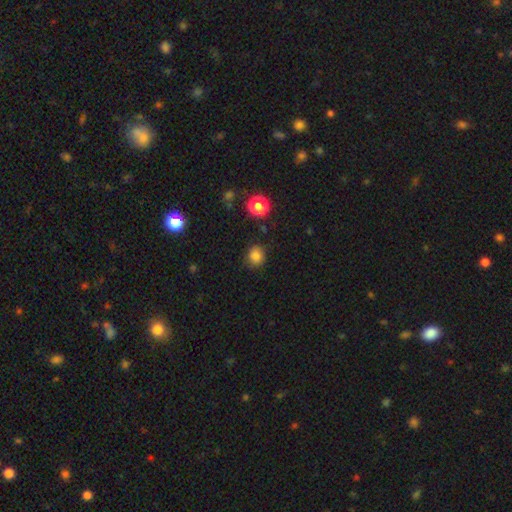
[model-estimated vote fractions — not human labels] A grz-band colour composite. It shows a smooth galaxy with no disk features (82%) that is round (77%). Merging: none (82%).